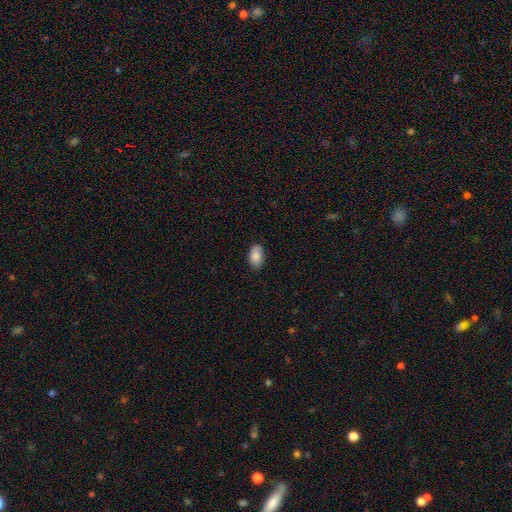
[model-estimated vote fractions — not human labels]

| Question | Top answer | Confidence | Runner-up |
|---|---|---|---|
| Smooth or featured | smooth | 85% | featured or disk (8%) |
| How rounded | in between | 94% | round (5%) |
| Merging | none | 84% | minor disturbance (12%) |